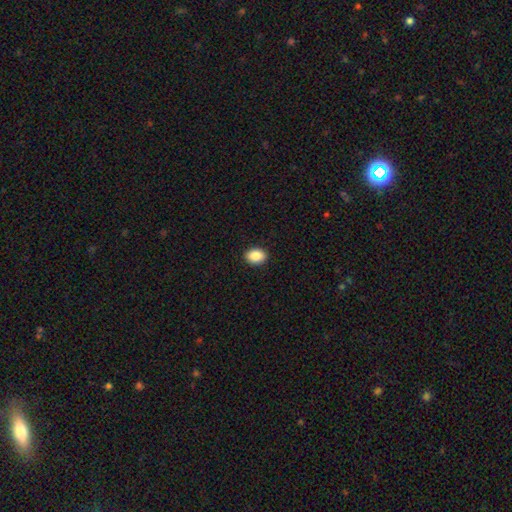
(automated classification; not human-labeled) smooth 88%, star or artifact 8%, featured or disk 4%. Down the decision tree: how rounded — in between (69%); merging — none (91%).